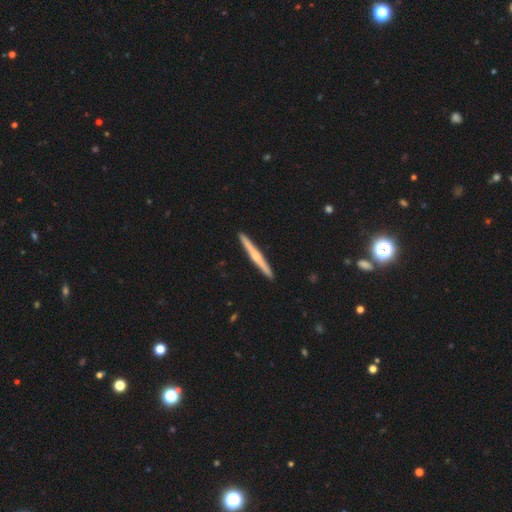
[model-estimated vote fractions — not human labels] Smooth or featured: featured or disk — 61% (smooth — 34%)
Edge-on disk: yes — 98% (no — 2%)
Edge-on bulge: rounded — 64% (none — 28%)
Merging: none — 93% (minor disturbance — 5%)